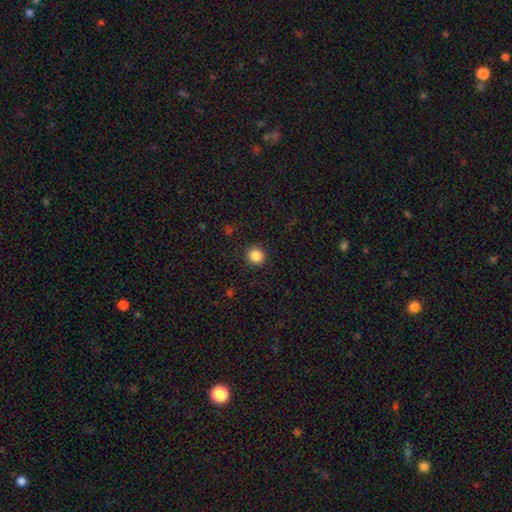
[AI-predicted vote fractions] Smooth or featured: smooth — 86% (star or artifact — 11%)
How rounded: round — 93% (in between — 6%)
Merging: none — 92% (minor disturbance — 5%)